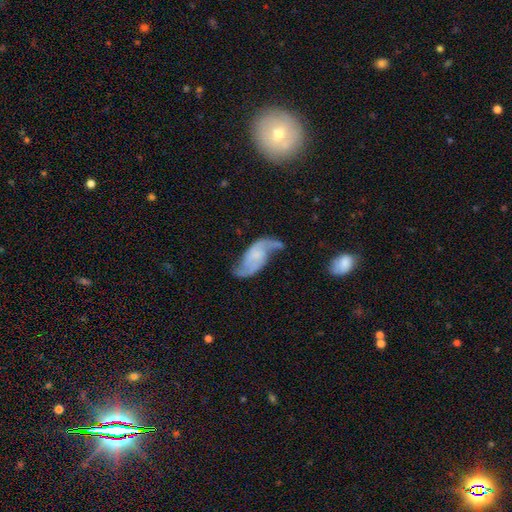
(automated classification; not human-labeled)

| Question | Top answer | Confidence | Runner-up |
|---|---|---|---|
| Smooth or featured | featured or disk | 82% | smooth (11%) |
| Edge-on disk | no | 96% | yes (4%) |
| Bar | no | 50% | weak (38%) |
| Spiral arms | yes | 95% | no (5%) |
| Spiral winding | loose | 56% | medium (34%) |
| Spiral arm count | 2 | 91% | can't tell (3%) |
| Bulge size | none | 46% | small (35%) |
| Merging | none | 55% | minor disturbance (24%) |